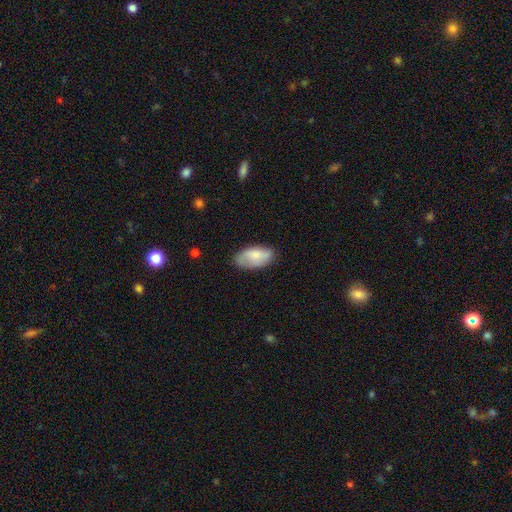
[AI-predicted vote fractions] The model was most divided on "smooth or featured": smooth: 69%, featured or disk: 24%, star or artifact: 7%. More confident: how rounded — in between (93%); merging — none (73%).